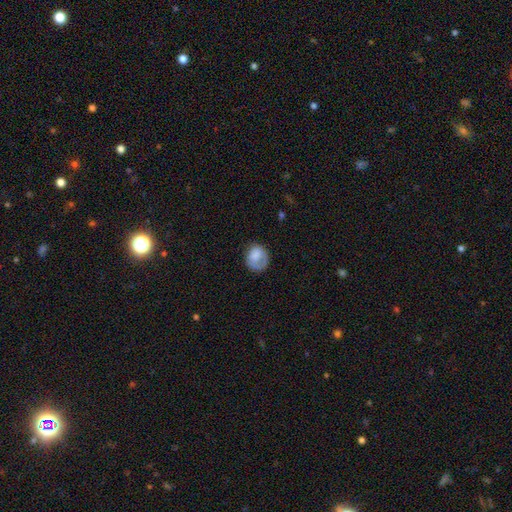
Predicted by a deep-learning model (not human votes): Overall: smooth (72%). How rounded: round (62%; in between 37%). Merging: none (53%; minor disturbance 25%).